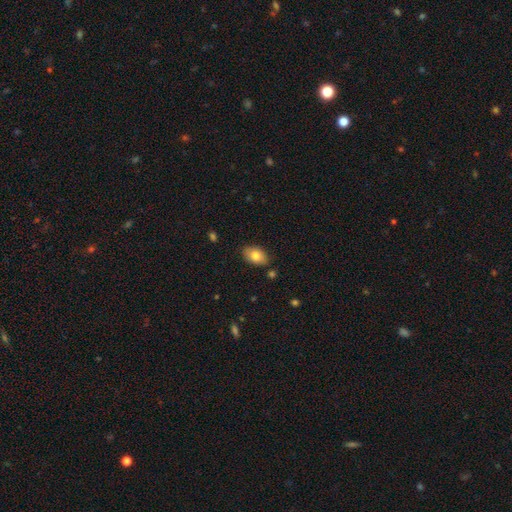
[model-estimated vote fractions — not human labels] A smooth galaxy with no disk features (79%) that is in between round and cigar-shaped (87%).

Vote fractions:
- Smooth or featured? smooth: 79% / featured or disk: 13% / star or artifact: 8%
- How rounded? in between: 87% / round: 12% / cigar-shaped: 1%
- Merging? none: 84% / minor disturbance: 12% / merger: 2% / major disturbance: 2%